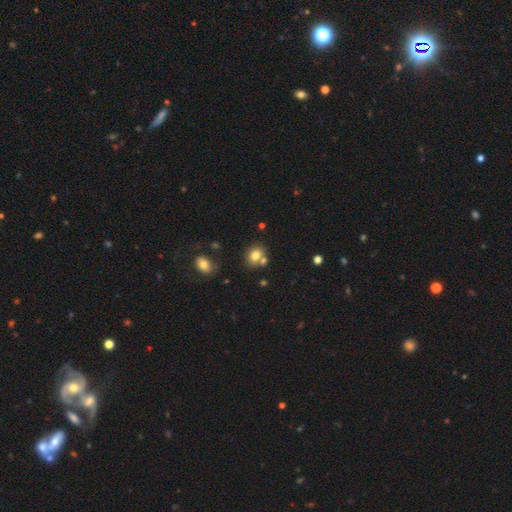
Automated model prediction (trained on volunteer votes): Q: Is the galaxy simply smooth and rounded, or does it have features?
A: smooth — 76%.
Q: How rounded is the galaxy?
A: round — 59%.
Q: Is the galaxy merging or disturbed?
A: none — 60%.